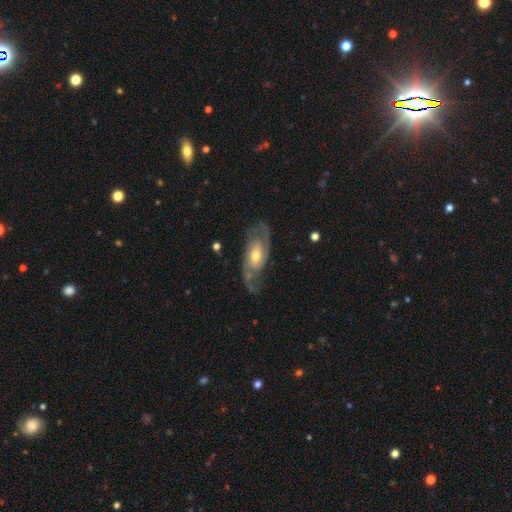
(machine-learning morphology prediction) type=featured or disk (84%); edge-on=no (92%); bar=no (54%); spiral arms=yes (94%); winding=medium (47%); arm count=2 (84%); bulge=moderate (61%); merging=none (71%).